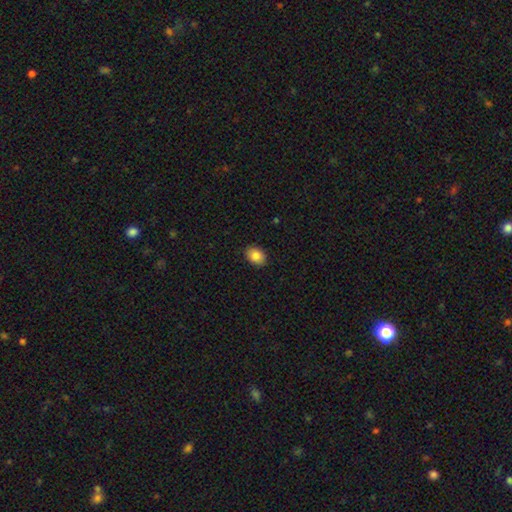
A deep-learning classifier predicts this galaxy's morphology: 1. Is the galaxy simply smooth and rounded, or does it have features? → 85% smooth, 8% star or artifact, 6% featured or disk.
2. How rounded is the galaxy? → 69% in between, 30% round, 1% cigar-shaped.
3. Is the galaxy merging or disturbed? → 90% none, 8% minor disturbance, 2% major disturbance, 1% merger.